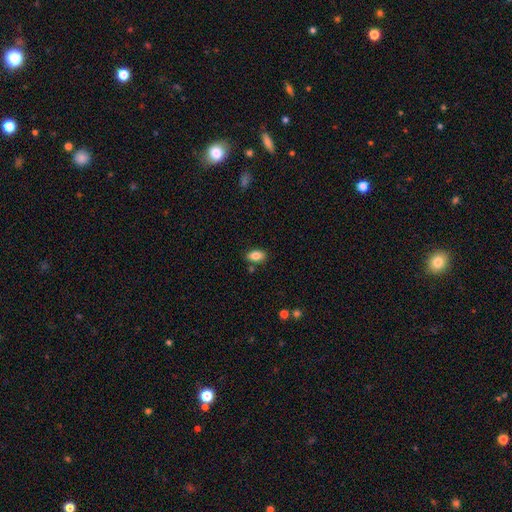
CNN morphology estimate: Q: Smooth or featured?
A: smooth (85%); runner-up: star or artifact (8%)
Q: How rounded?
A: in between (90%); runner-up: round (7%)
Q: Merging?
A: none (81%); runner-up: minor disturbance (11%)